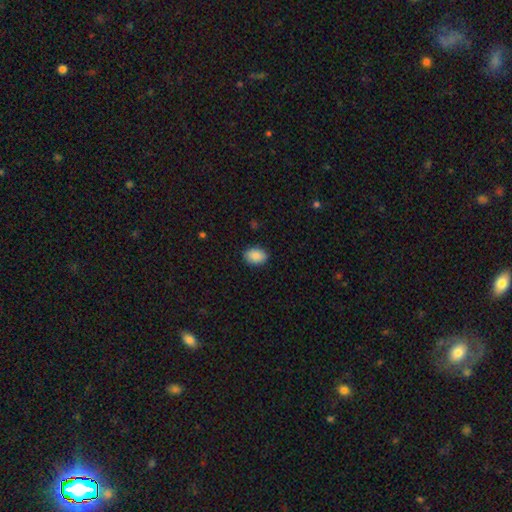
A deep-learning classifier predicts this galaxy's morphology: This appears to be a smooth galaxy with no disk features (90%) that is in between round and cigar-shaped (77%). Merging: none (88%).